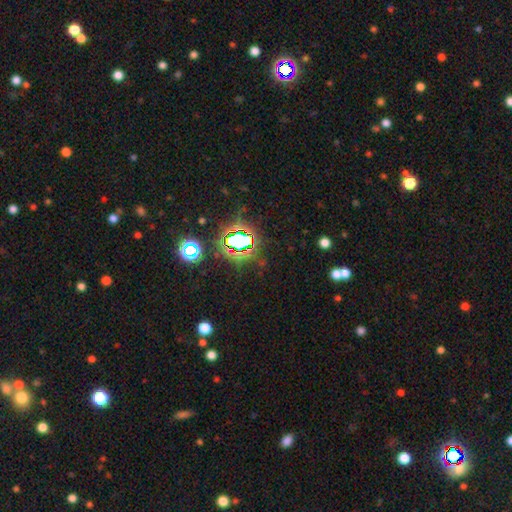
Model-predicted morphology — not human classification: Smooth or featured? Predicted: star or artifact (p=0.80).